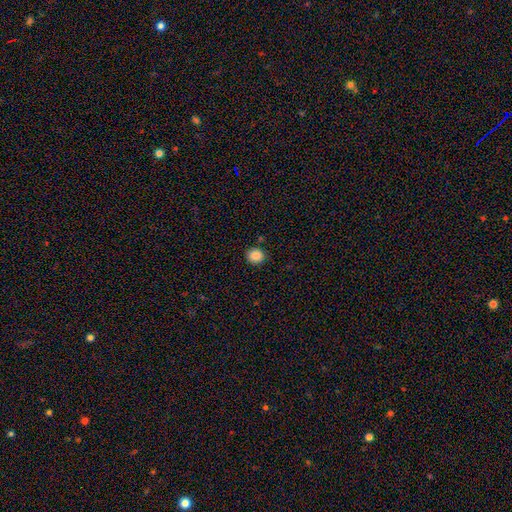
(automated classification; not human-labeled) smooth_or_featured: smooth (p=0.87) [alt: star or artifact p=0.10]
how_rounded: round (p=0.80) [alt: in between p=0.20]
merging: none (p=0.88) [alt: minor disturbance p=0.08]